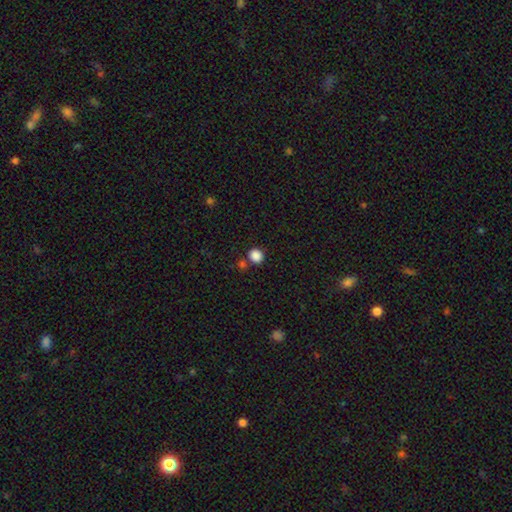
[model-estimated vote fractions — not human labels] Smooth or featured?
  - smooth: 86% *
  - star or artifact: 11%
  - featured or disk: 3%
How rounded?
  - round: 87% *
  - in between: 12%
  - cigar-shaped: 1%
Merging?
  - none: 77% *
  - merger: 12%
  - minor disturbance: 8%
  - major disturbance: 3%